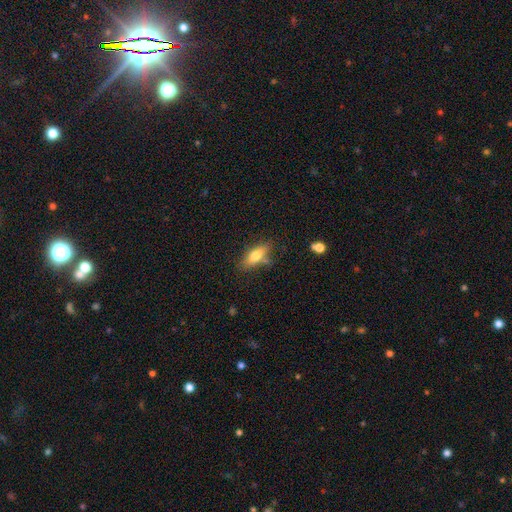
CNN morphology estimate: A smooth galaxy with no disk features (73%) that is in between round and cigar-shaped (69%).

Vote fractions:
- Smooth or featured? smooth: 73% / featured or disk: 19% / star or artifact: 8%
- How rounded? in between: 69% / cigar-shaped: 28% / round: 3%
- Merging? none: 70% / minor disturbance: 18% / merger: 8% / major disturbance: 5%